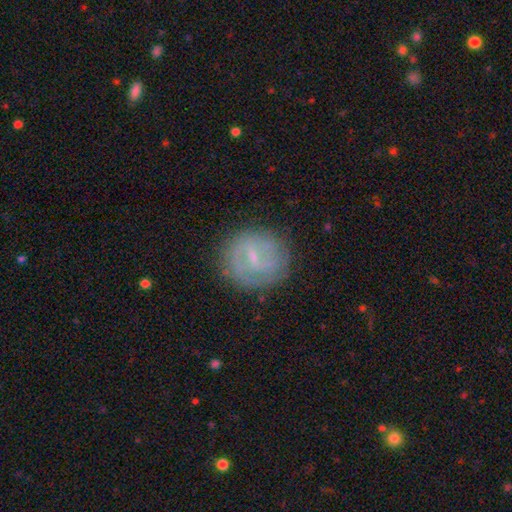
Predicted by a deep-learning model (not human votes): Smooth or featured: featured or disk — 62% (smooth — 30%)
Edge-on disk: no — 96% (yes — 4%)
Bar: weak — 56% (strong — 26%)
Spiral arms: yes — 67% (no — 33%)
Bulge size: small — 66% (moderate — 19%)
Merging: none — 78% (minor disturbance — 14%)